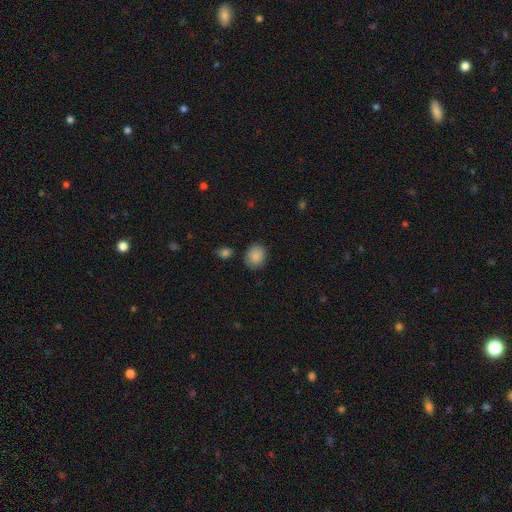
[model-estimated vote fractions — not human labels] Smooth or featured?
  - smooth: 87% *
  - star or artifact: 8%
  - featured or disk: 5%
How rounded?
  - round: 59% *
  - in between: 40%
  - cigar-shaped: 1%
Merging?
  - none: 79% *
  - minor disturbance: 14%
  - major disturbance: 3%
  - merger: 3%